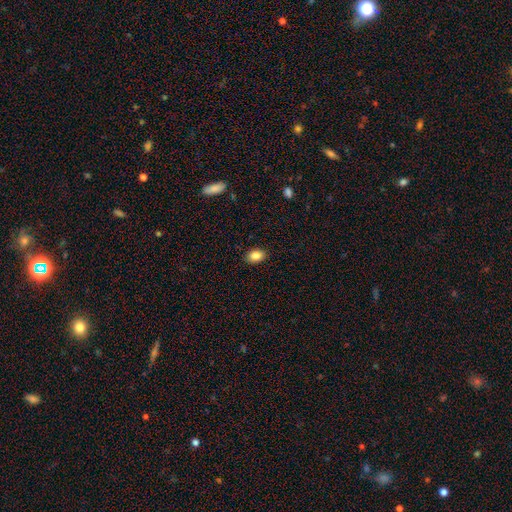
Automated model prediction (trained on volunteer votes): Overall: smooth (86%). How rounded: in between (83%). Merging: none (89%).